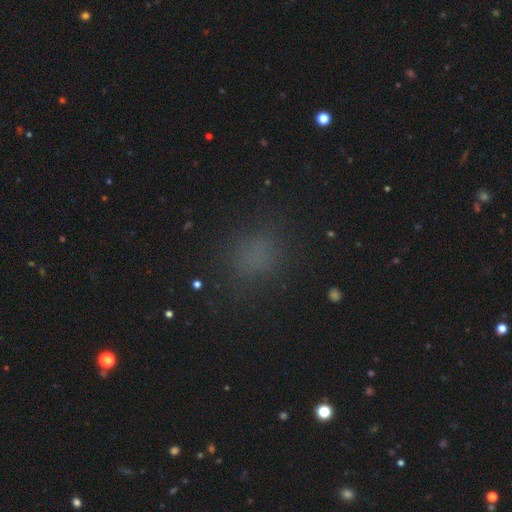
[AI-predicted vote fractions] smooth-or-featured: smooth: 71% | star or artifact: 23% | featured or disk: 6%
  how-rounded: round: 73% | in between: 25% | cigar-shaped: 2%
  merging: none: 84% | minor disturbance: 10% | major disturbance: 5% | merger: 1%